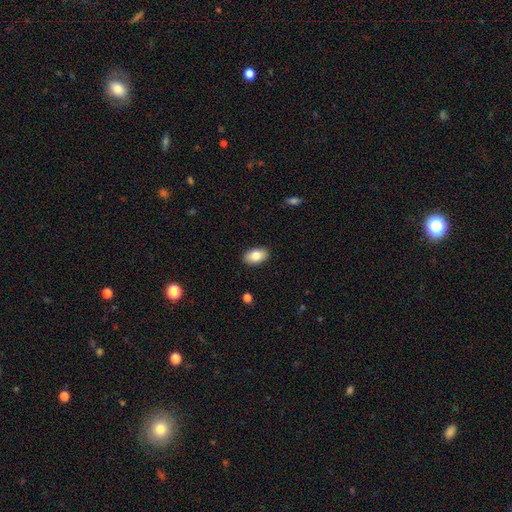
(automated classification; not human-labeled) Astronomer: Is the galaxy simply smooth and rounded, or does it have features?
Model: smooth — 83%.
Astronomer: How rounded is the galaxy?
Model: in between — 93%.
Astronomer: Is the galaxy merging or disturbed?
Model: none — 89%.